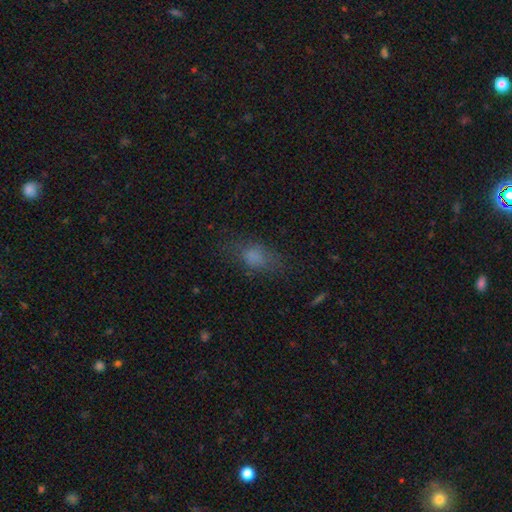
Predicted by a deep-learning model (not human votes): smooth 69%, star or artifact 16%, featured or disk 15%. Down the decision tree: how rounded — in between (72%); merging — none (65%).